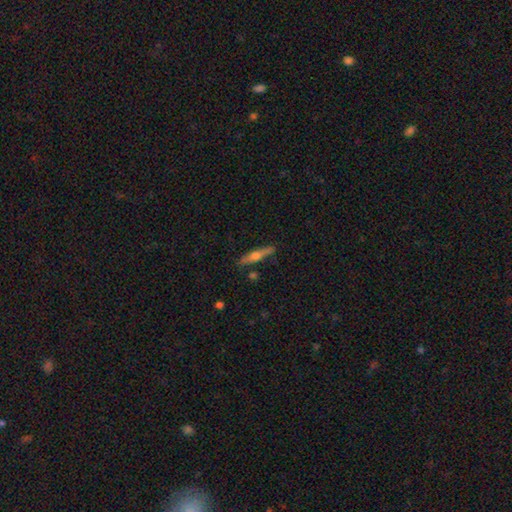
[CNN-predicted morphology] Overall: featured or disk (64%; smooth 30%). Edge-on disk: yes (96%). Edge-on bulge: rounded (88%). Merging: none (87%).